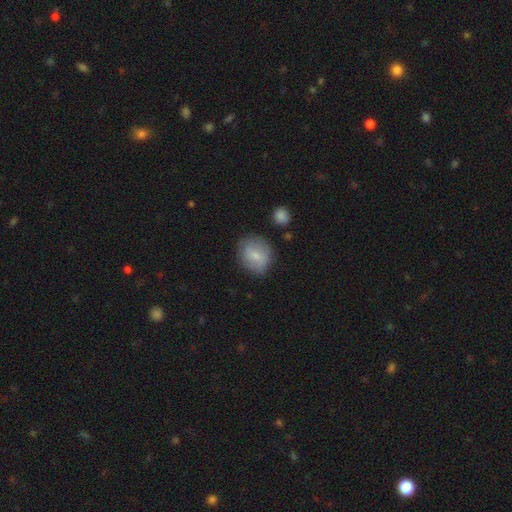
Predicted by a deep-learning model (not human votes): Q: Smooth or featured?
A: smooth (72%); runner-up: featured or disk (21%)
Q: How rounded?
A: round (66%); runner-up: in between (33%)
Q: Merging?
A: none (74%); runner-up: minor disturbance (18%)